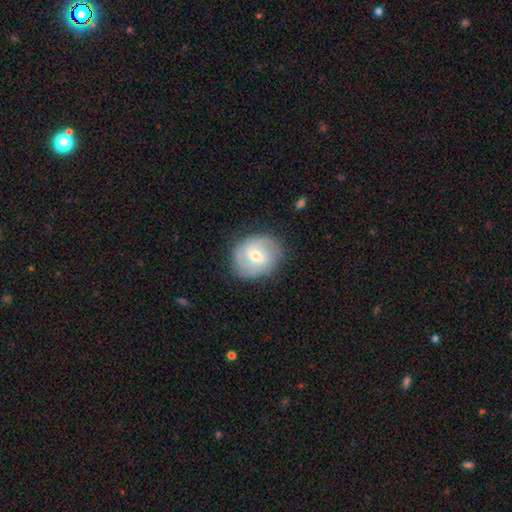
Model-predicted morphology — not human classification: Smooth or featured: featured or disk — 68% (smooth — 26%)
Edge-on disk: no — 97% (yes — 3%)
Bar: weak — 51% (no — 36%)
Spiral arms: yes — 87% (no — 13%)
Spiral winding: tight — 55% (medium — 34%)
Spiral arm count: 2 — 46% (can't tell — 27%)
Bulge size: moderate — 54% (small — 42%)
Merging: none — 81% (minor disturbance — 14%)